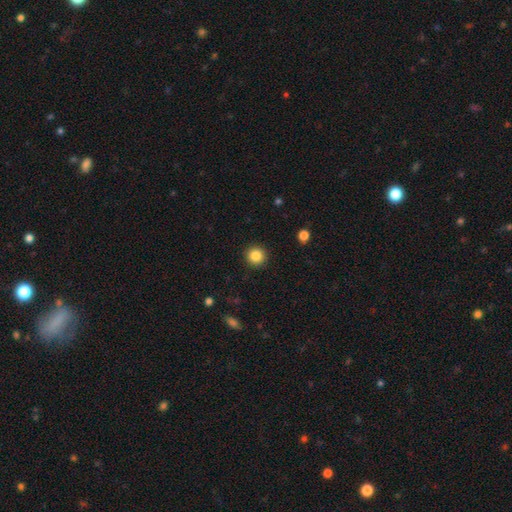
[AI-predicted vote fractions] Smooth or featured? smooth (86%)
How rounded? round (94%)
Merging? none (92%)